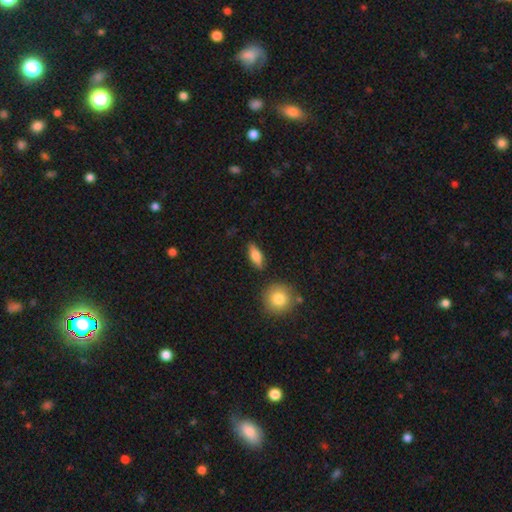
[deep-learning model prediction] Overall: smooth (72%). How rounded: in between (72%). Merging: none (85%).